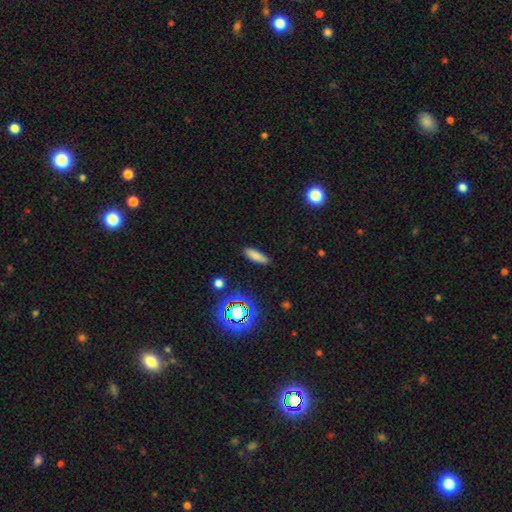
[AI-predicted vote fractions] This appears to be a smooth galaxy with no disk features (78%) that is cigar-shaped (51%). Merging: none (86%).